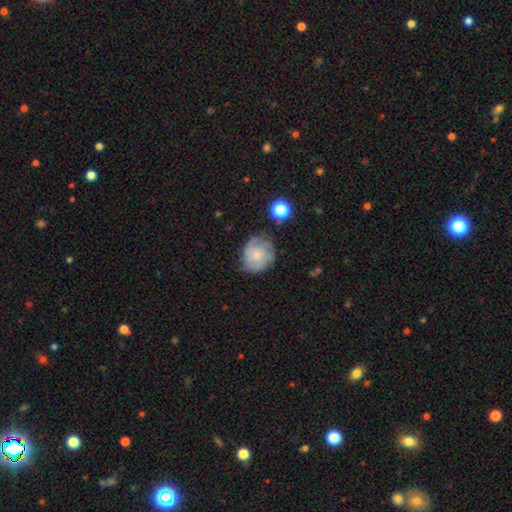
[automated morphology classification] smooth-or-featured: featured or disk: 47% | smooth: 44% | star or artifact: 9%
  merging: none: 59% | minor disturbance: 28% | major disturbance: 10% | merger: 3%